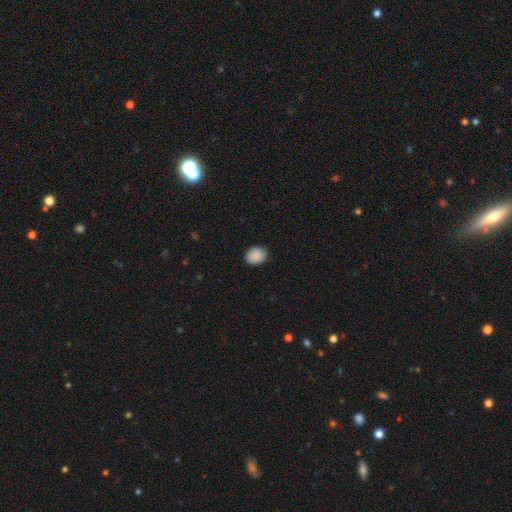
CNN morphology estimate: Smooth or featured: smooth — 90% (star or artifact — 8%)
How rounded: round — 54% (in between — 46%)
Merging: none — 85% (minor disturbance — 12%)